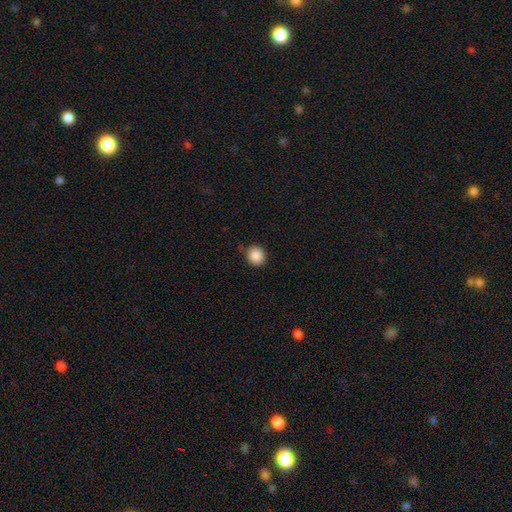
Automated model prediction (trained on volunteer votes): smooth 87%, star or artifact 9%, featured or disk 4%. Down the decision tree: how rounded — round (86%); merging — none (88%).